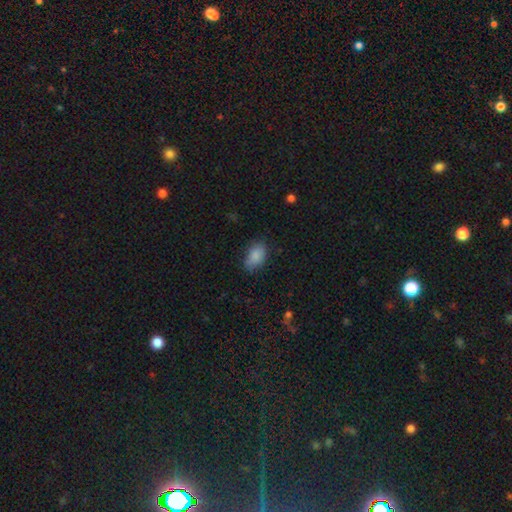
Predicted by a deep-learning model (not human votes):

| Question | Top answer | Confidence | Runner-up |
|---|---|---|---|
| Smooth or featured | smooth | 86% | star or artifact (8%) |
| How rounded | in between | 88% | round (10%) |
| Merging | none | 70% | minor disturbance (23%) |